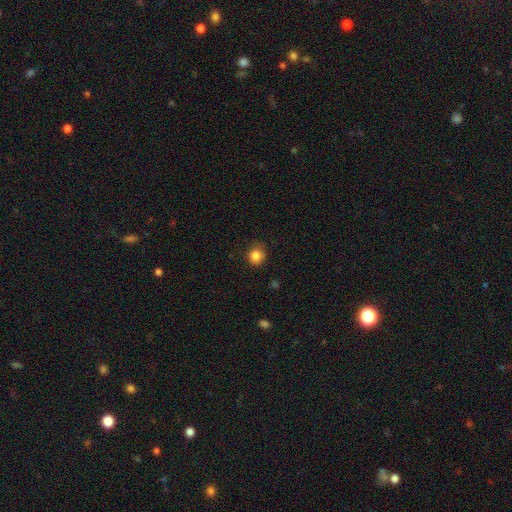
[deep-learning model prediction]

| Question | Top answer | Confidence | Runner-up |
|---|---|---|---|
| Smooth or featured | smooth | 85% | star or artifact (11%) |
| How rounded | round | 85% | in between (14%) |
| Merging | none | 78% | minor disturbance (17%) |